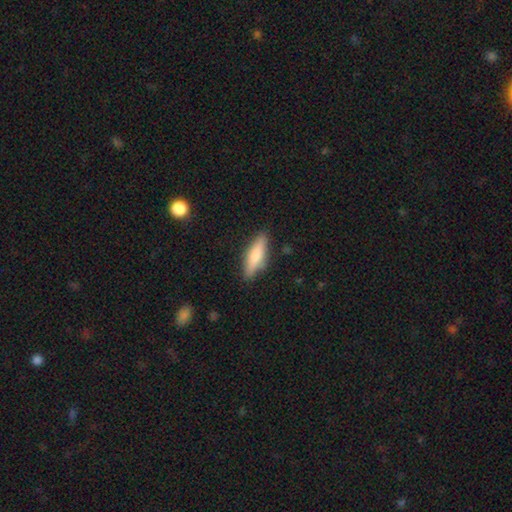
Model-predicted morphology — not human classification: This is likely a smooth galaxy (70%). How rounded: possibly cigar-shaped (60%). Merging: clearly none (84%).